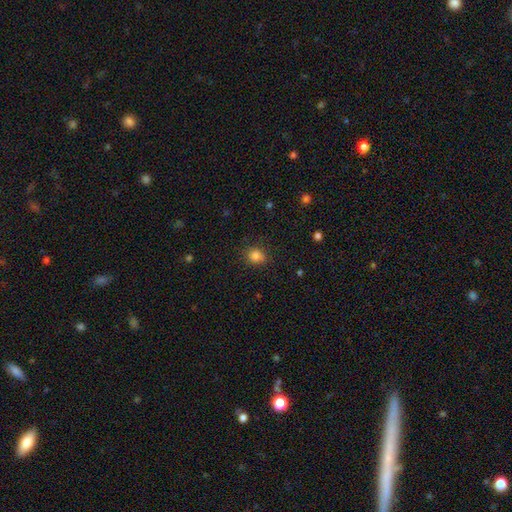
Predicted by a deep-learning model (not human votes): The model was most divided on "how rounded": round: 69%, in between: 30%, cigar-shaped: 1%. More confident: merging — none (84%); smooth or featured — smooth (84%).